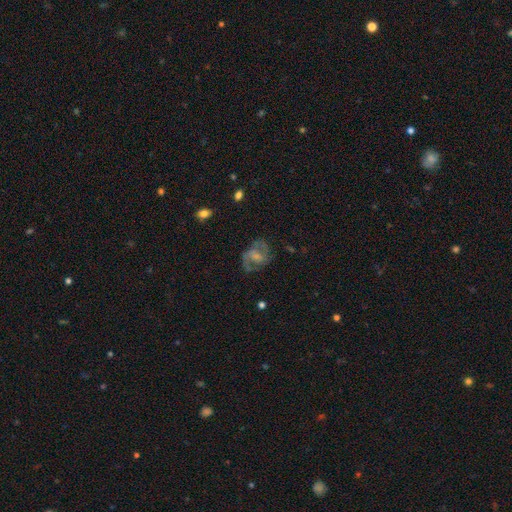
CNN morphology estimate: This appears to be a featured or disk galaxy (63%) with no bar (48%), spiral arms (75%) and no central bulge (35%). Merging: none (55%).